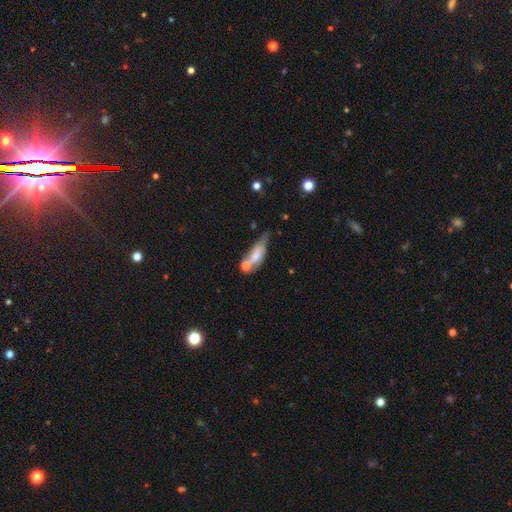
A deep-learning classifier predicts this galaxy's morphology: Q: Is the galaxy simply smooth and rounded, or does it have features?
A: smooth — 50%.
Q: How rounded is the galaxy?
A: in between — 63%.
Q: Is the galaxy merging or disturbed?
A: none — 29%.